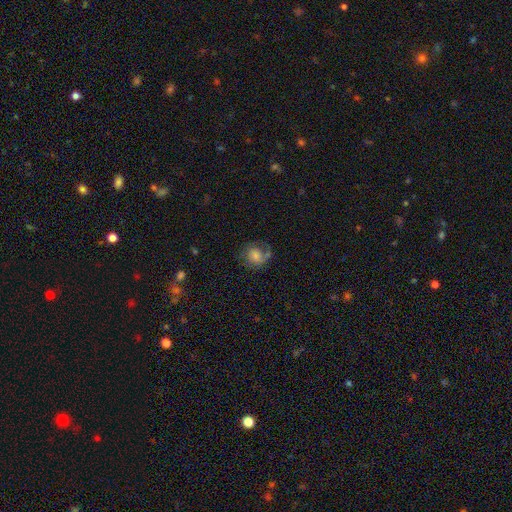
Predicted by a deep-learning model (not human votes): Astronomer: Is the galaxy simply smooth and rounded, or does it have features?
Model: smooth — 52% (runner-up: featured or disk, 38%).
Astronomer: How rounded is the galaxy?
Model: round — 70%.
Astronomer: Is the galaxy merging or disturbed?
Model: none — 52%.